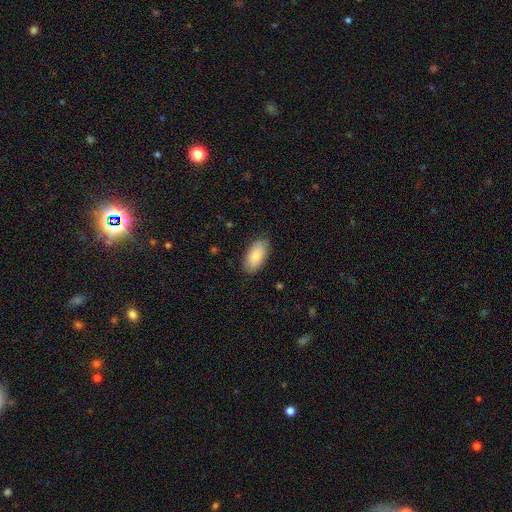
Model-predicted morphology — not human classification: A smooth galaxy with no disk features (85%) that is in between round and cigar-shaped (93%).

Vote fractions:
- Smooth or featured? smooth: 85% / featured or disk: 9% / star or artifact: 6%
- How rounded? in between: 93% / cigar-shaped: 4% / round: 2%
- Merging? none: 84% / minor disturbance: 12% / major disturbance: 2% / merger: 1%